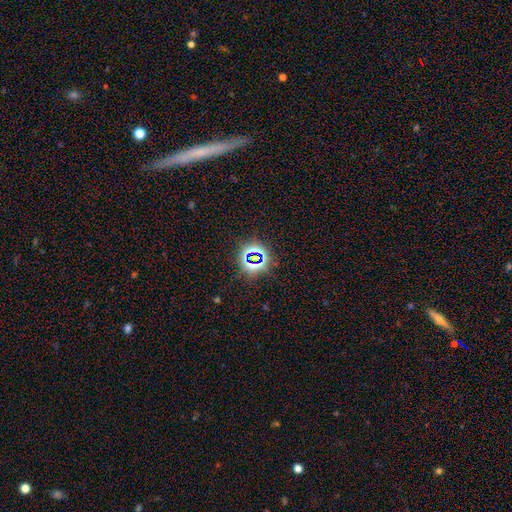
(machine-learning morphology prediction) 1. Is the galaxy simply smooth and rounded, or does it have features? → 77% star or artifact, 15% smooth, 8% featured or disk.